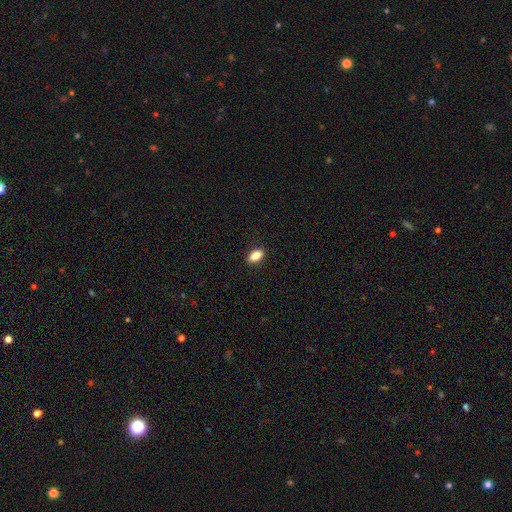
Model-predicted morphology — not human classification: Smooth or featured: smooth — 83% (featured or disk — 9%)
How rounded: in between — 86% (cigar-shaped — 7%)
Merging: none — 89% (minor disturbance — 8%)